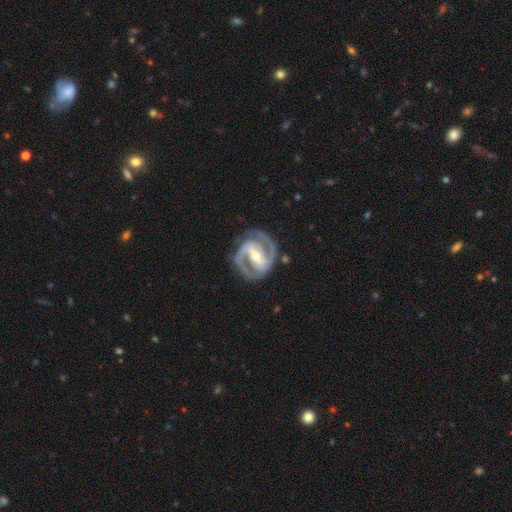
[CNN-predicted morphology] type=featured or disk (92%); edge-on=no (98%); bar=strong (64%); spiral arms=yes (97%); winding=medium (47%, tied with tight); arm count=2 (92%); bulge=moderate (58%); merging=none (82%).